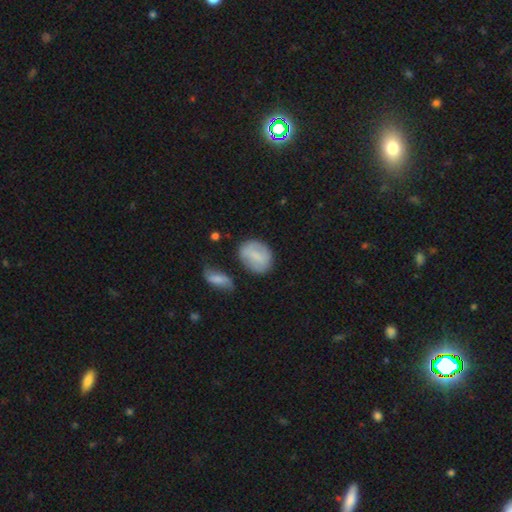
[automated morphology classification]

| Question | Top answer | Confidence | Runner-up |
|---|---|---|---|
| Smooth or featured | smooth | 64% | featured or disk (29%) |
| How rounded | in between | 54% | round (44%) |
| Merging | none | 72% | minor disturbance (17%) |